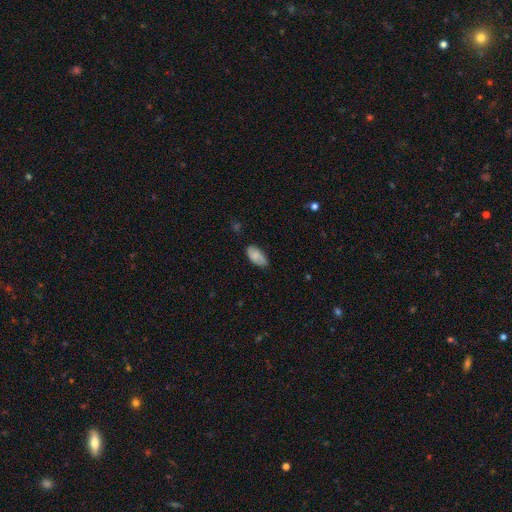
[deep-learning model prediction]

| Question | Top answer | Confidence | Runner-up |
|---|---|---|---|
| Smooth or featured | smooth | 75% | featured or disk (18%) |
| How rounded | in between | 94% | cigar-shaped (4%) |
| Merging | none | 74% | minor disturbance (21%) |